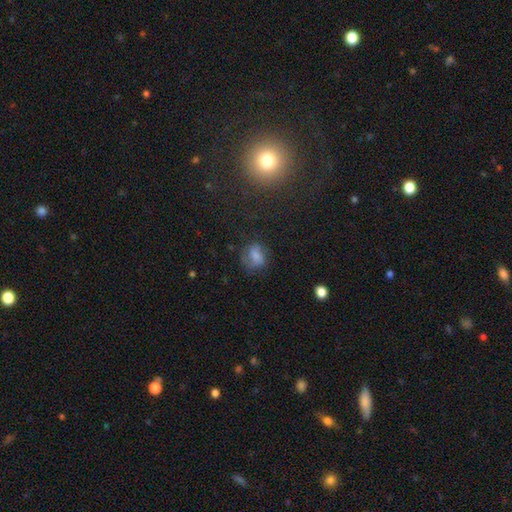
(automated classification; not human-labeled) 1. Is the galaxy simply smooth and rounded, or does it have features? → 62% smooth, 24% featured or disk, 15% star or artifact.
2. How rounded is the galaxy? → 56% in between, 42% round, 2% cigar-shaped.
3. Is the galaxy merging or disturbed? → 54% none, 26% minor disturbance, 18% major disturbance, 3% merger.